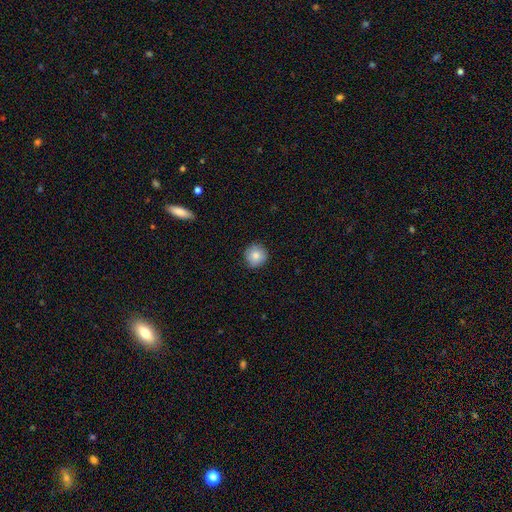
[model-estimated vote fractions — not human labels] smooth_or_featured: smooth (p=0.84) [alt: star or artifact p=0.08]
how_rounded: round (p=0.94) [alt: in between p=0.05]
merging: none (p=0.88) [alt: minor disturbance p=0.09]